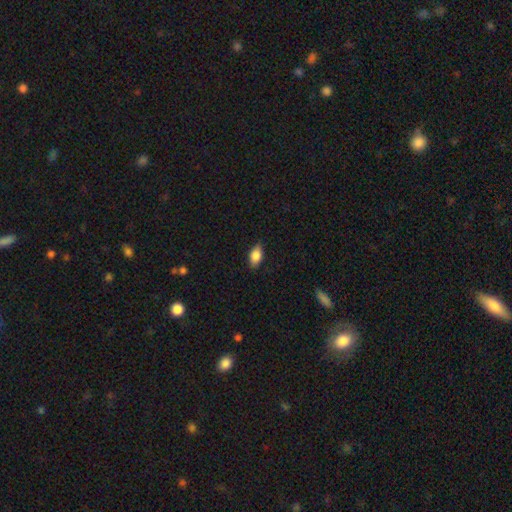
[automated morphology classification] Smooth or featured: smooth — 83% (featured or disk — 10%)
How rounded: in between — 89% (cigar-shaped — 6%)
Merging: none — 84% (minor disturbance — 13%)